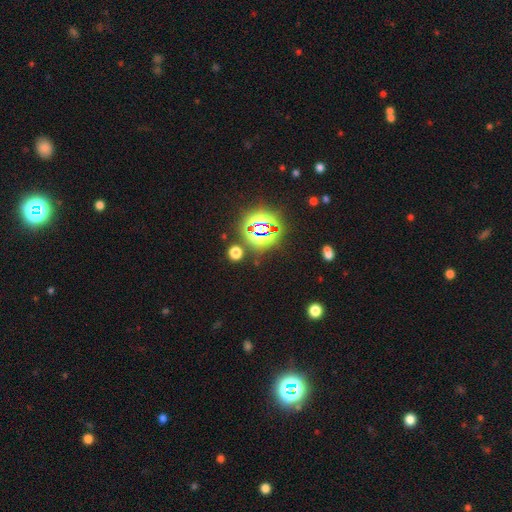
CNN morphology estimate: smooth_or_featured: star or artifact (p=0.80) [alt: smooth p=0.13]